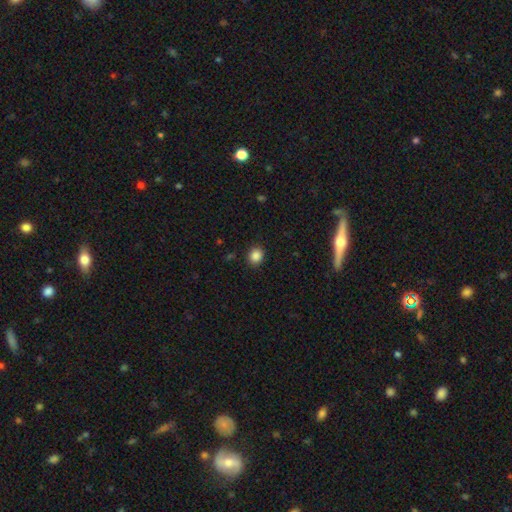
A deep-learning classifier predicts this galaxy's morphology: smooth_or_featured: smooth (p=0.86) [alt: star or artifact p=0.11]
how_rounded: round (p=0.72) [alt: in between p=0.27]
merging: none (p=0.89) [alt: minor disturbance p=0.08]